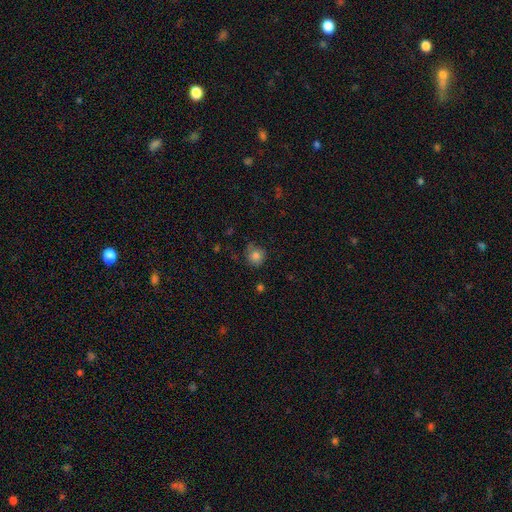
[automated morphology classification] The model was most divided on "merging": none: 67%, minor disturbance: 24%, major disturbance: 7%, merger: 2%. More confident: how rounded — round (83%); smooth or featured — smooth (80%).